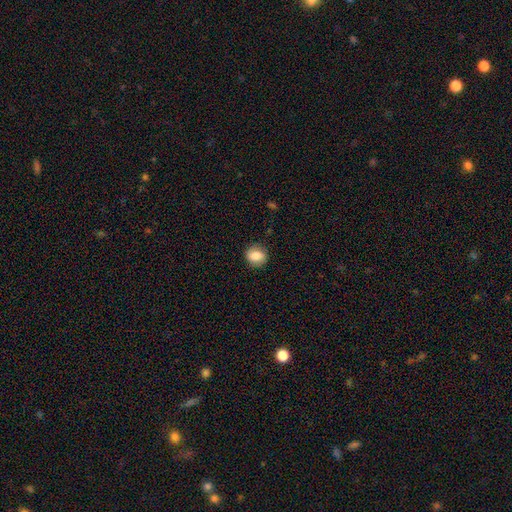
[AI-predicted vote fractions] This appears to be a smooth galaxy with no disk features (75%) that is round (69%). Merging: none (82%).